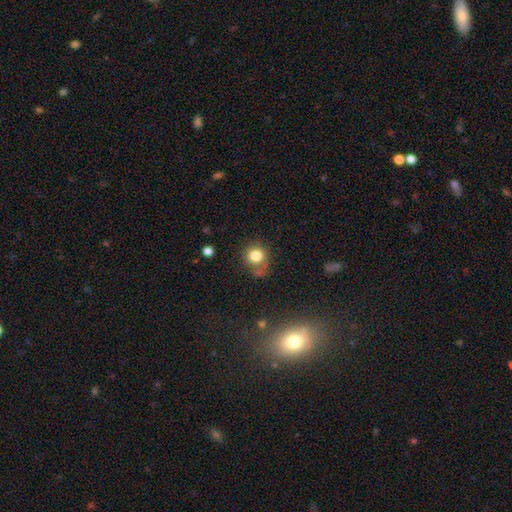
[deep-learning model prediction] Q: Smooth or featured?
A: smooth (81%); runner-up: star or artifact (12%)
Q: How rounded?
A: round (89%); runner-up: in between (10%)
Q: Merging?
A: none (66%); runner-up: minor disturbance (18%)